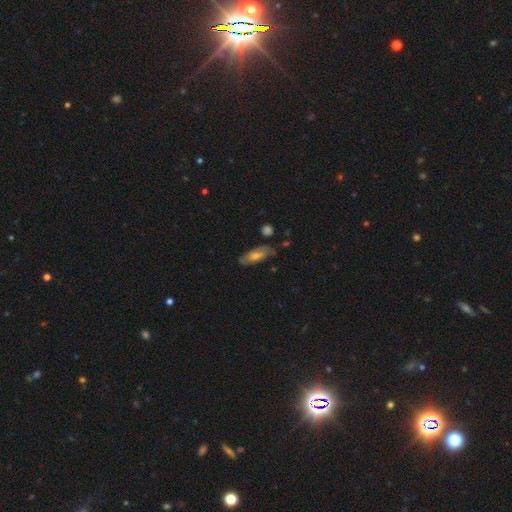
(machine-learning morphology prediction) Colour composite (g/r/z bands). It shows a featured or disk galaxy (50%). Merging: none (74%).